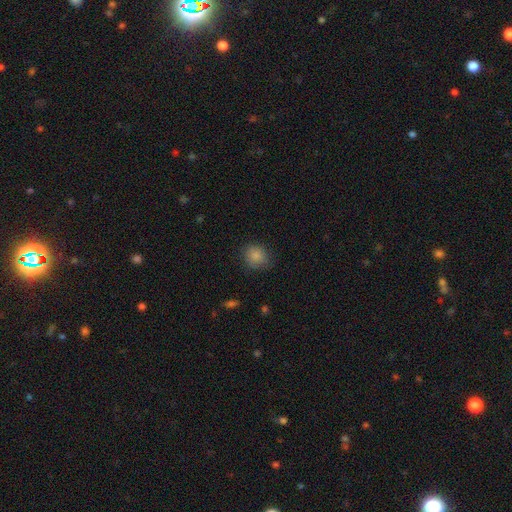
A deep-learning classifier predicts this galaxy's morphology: smooth_or_featured: smooth (p=0.86) [alt: star or artifact p=0.09]
how_rounded: round (p=0.77) [alt: in between p=0.23]
merging: none (p=0.79) [alt: minor disturbance p=0.16]